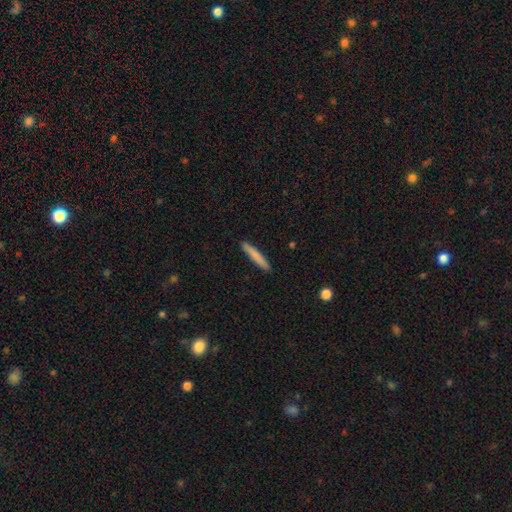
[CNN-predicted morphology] The model was most divided on "smooth or featured": smooth: 79%, featured or disk: 16%, star or artifact: 6%. More confident: how rounded — cigar-shaped (95%); merging — none (92%).